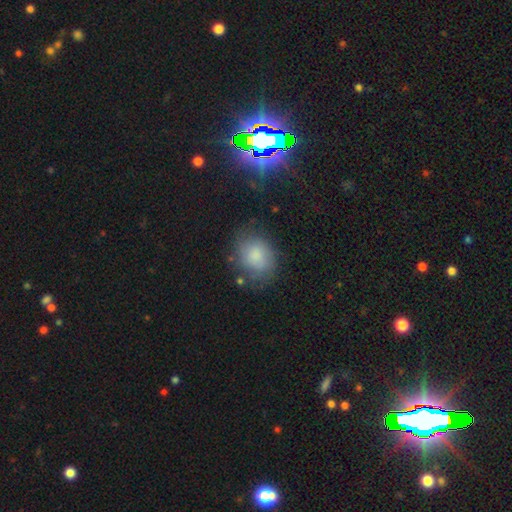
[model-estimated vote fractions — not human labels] Smooth or featured? Predicted: smooth (p=0.75). How rounded? Predicted: round (p=0.50). Merging? Predicted: none (p=0.64).